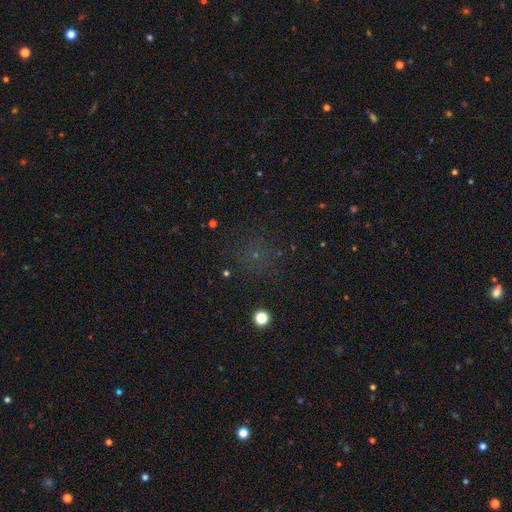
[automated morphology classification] This appears to be a smooth galaxy with no disk features (47%). Merging: none (80%).